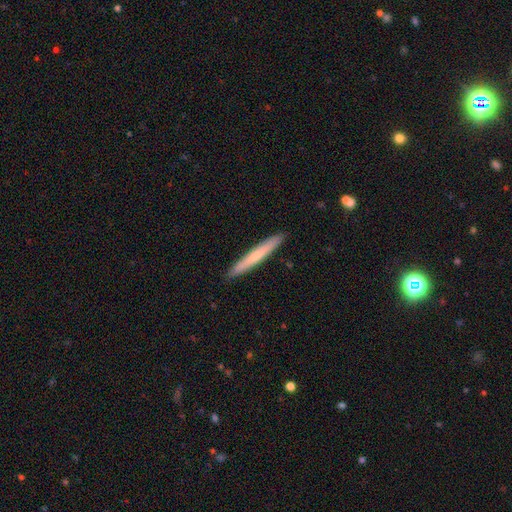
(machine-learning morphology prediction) A smooth galaxy with no disk features (59%) that is cigar-shaped (96%). Merging: none (92%).